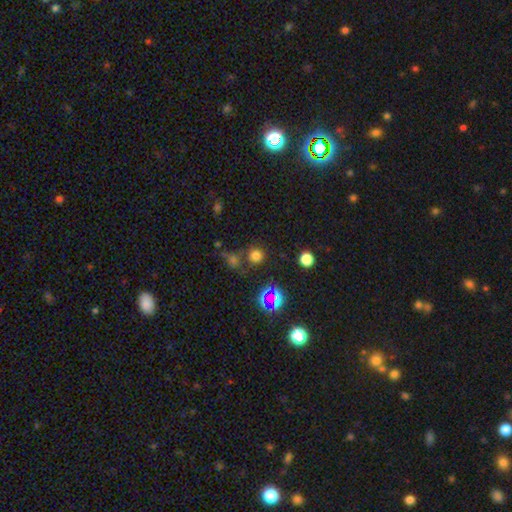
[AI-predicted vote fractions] Smooth or featured: smooth — 67% (star or artifact — 27%)
How rounded: round — 92% (in between — 7%)
Merging: none — 77% (merger — 10%)